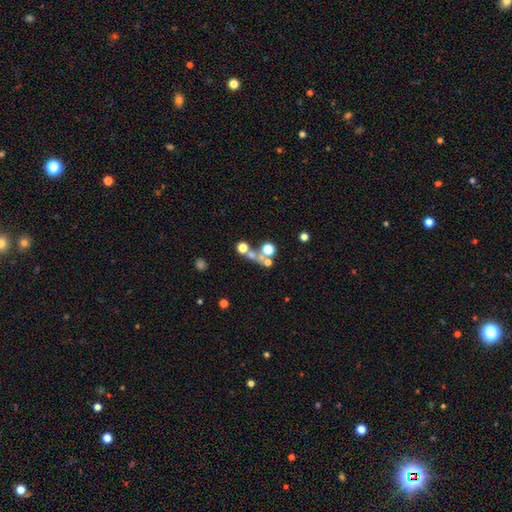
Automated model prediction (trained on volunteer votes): Smooth or featured: smooth — 47% (star or artifact — 28%)
Merging: none — 44% (merger — 38%)